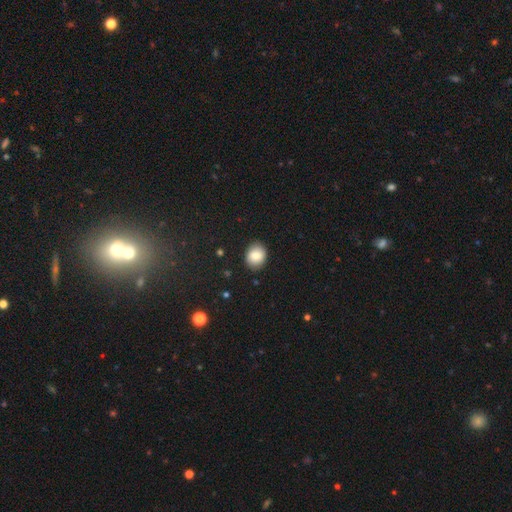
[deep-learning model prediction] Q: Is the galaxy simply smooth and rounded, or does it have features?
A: smooth — 83%.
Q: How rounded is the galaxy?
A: round — 52%.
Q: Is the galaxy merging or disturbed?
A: none — 86%.